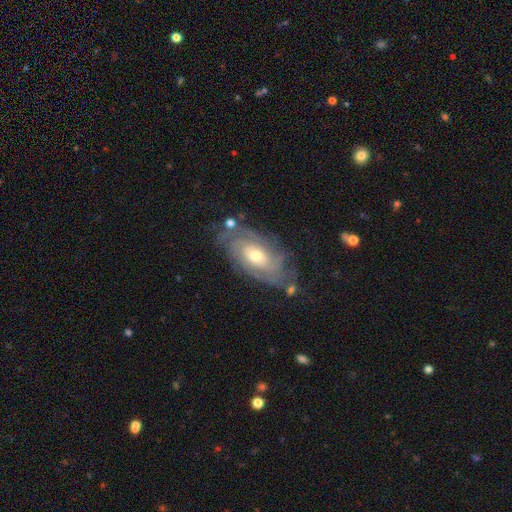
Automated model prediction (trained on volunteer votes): smooth_or_featured: featured or disk (p=0.83) [alt: smooth p=0.11]
disk_edge_on: no (p=0.94) [alt: yes p=0.06]
bar: no (p=0.69) [alt: weak p=0.24]
has_spiral_arms: yes (p=0.94) [alt: no p=0.06]
spiral_winding: tight (p=0.71) [alt: medium p=0.23]
spiral_arm_count: can't tell (p=0.41) [alt: 2 p=0.22]
bulge_size: moderate (p=0.60) [alt: small p=0.32]
merging: none (p=0.71) [alt: minor disturbance p=0.18]